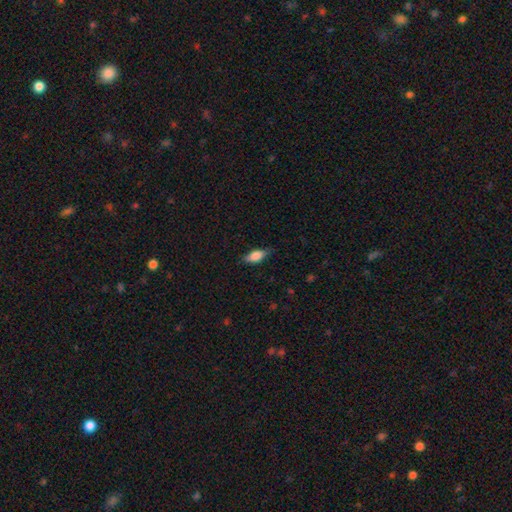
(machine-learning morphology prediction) The model was most divided on "merging": none: 75%, minor disturbance: 20%, major disturbance: 4%, merger: 1%. More confident: how rounded — in between (80%); smooth or featured — smooth (78%).